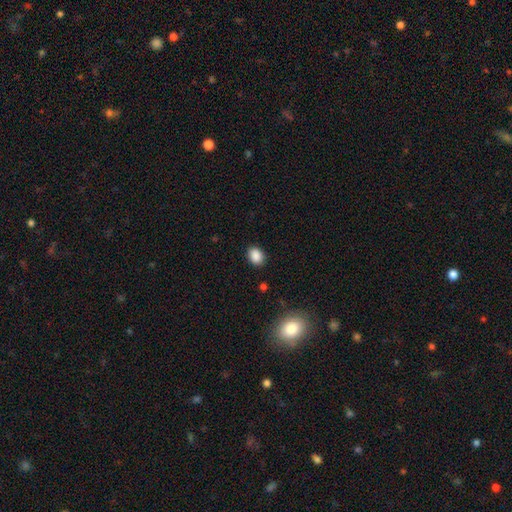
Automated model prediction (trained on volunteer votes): Smooth or featured: smooth — 88% (star or artifact — 9%)
How rounded: in between — 66% (round — 33%)
Merging: none — 88% (minor disturbance — 8%)